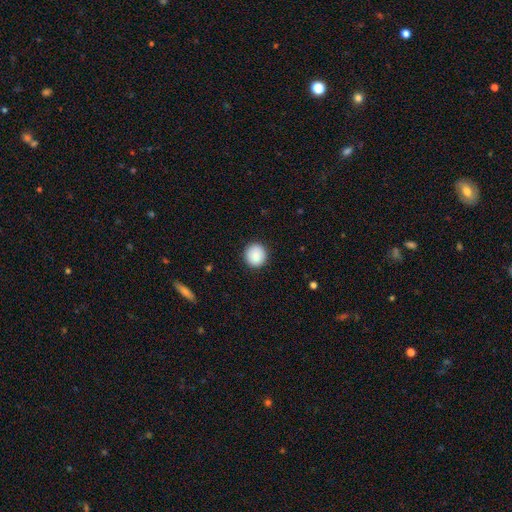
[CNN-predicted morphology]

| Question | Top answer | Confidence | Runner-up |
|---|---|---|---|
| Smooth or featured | smooth | 87% | star or artifact (7%) |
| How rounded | round | 93% | in between (6%) |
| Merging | none | 90% | minor disturbance (7%) |